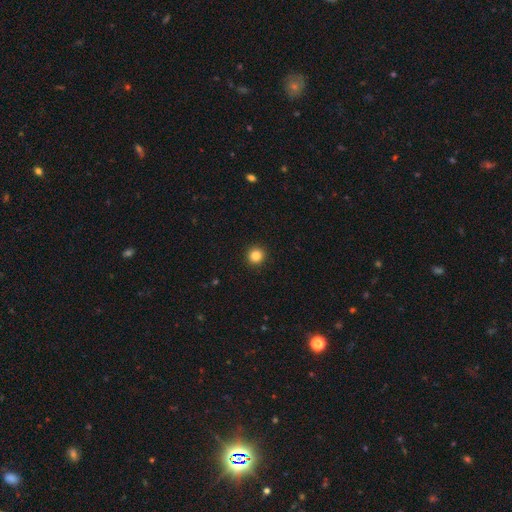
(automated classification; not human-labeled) A smooth galaxy with no disk features (85%) that is round (94%). Merging: none (93%).